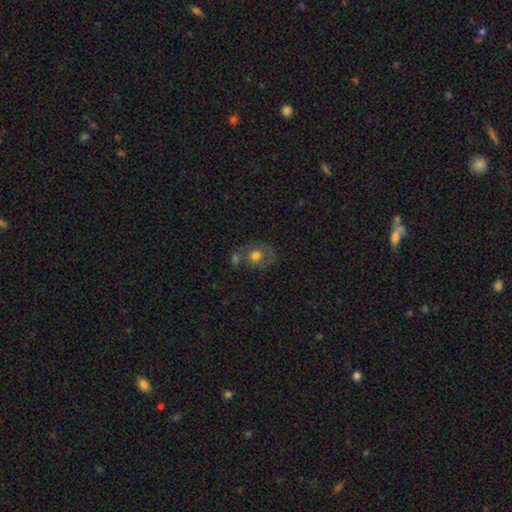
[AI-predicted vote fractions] A smooth galaxy with no disk features (61%) that is round (67%).

Vote fractions:
- Smooth or featured? smooth: 61% / featured or disk: 29% / star or artifact: 11%
- How rounded? round: 67% / in between: 32% / cigar-shaped: 1%
- Merging? none: 47% / merger: 23% / minor disturbance: 19% / major disturbance: 11%